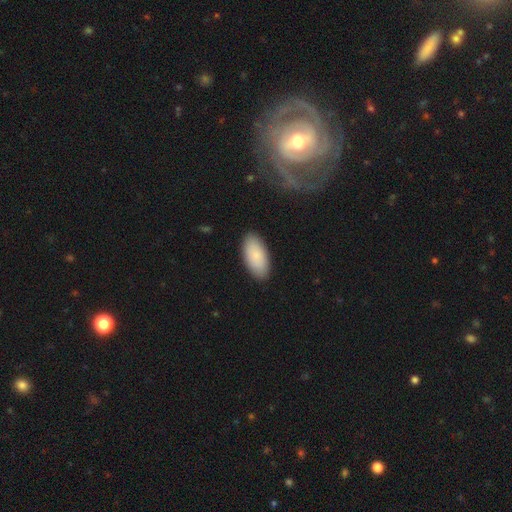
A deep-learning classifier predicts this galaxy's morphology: smooth-or-featured: smooth: 85% | featured or disk: 9% | star or artifact: 6%
  how-rounded: in between: 93% | cigar-shaped: 5% | round: 2%
  merging: none: 88% | minor disturbance: 9% | major disturbance: 2% | merger: 1%